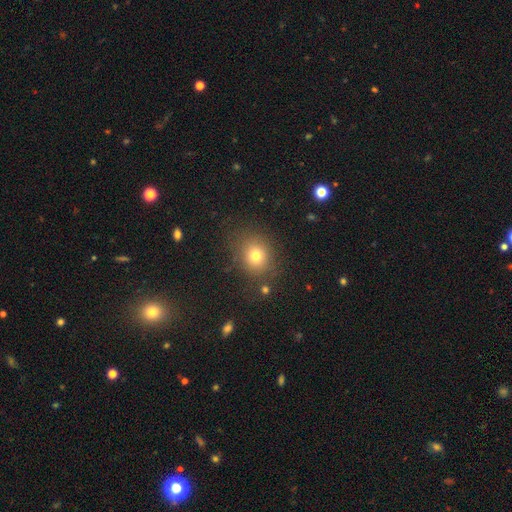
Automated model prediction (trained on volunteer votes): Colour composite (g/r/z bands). It shows a smooth galaxy with no disk features (75%) that is round (72%). Merging: none (81%).